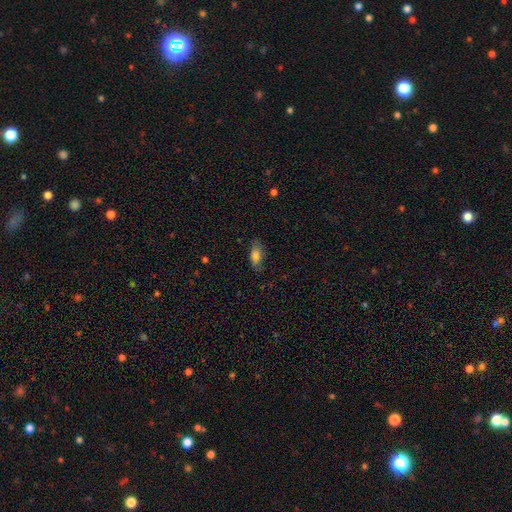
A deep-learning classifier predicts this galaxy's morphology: Overall: smooth (81%). How rounded: in between (84%). Merging: none (78%).